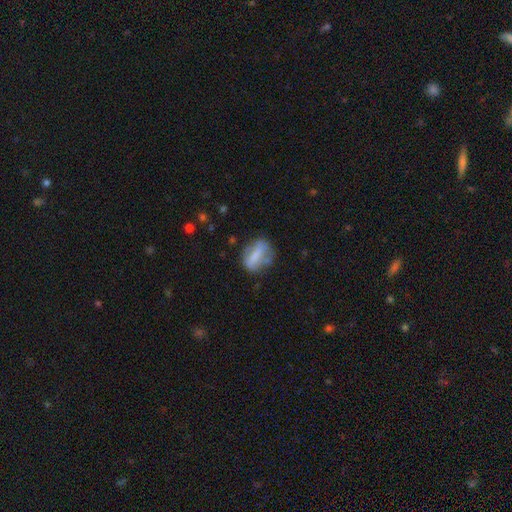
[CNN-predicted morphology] Overall: smooth (50%; featured or disk 41%). How rounded: in between (66%). Merging: none (59%; minor disturbance 25%).